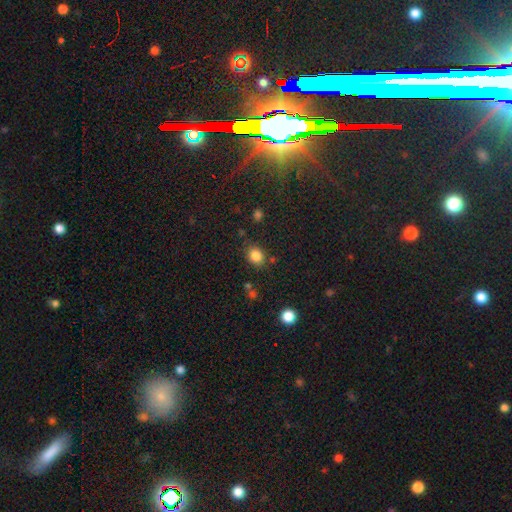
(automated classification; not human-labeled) Morphology: type=smooth (84%); roundness=round (55%); merging=none (78%).